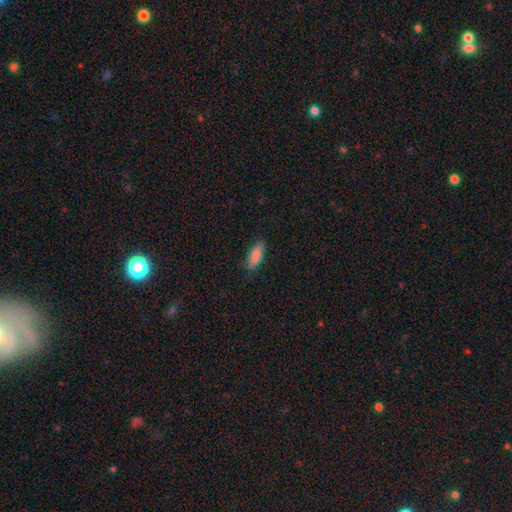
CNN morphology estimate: smooth-or-featured: smooth: 85% | featured or disk: 8% | star or artifact: 6%
  how-rounded: in between: 69% | cigar-shaped: 29% | round: 2%
  merging: none: 82% | minor disturbance: 15% | major disturbance: 3% | merger: 1%